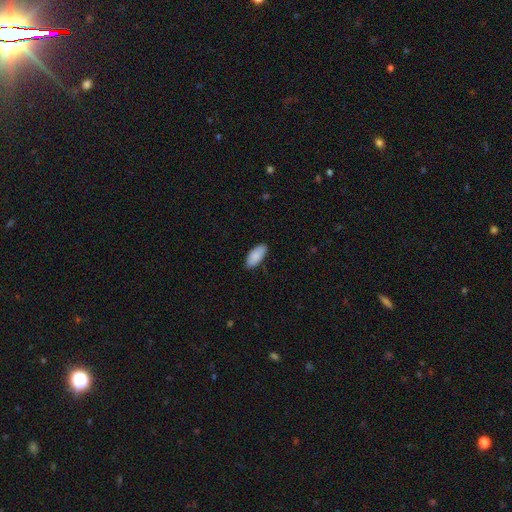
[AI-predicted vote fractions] Smooth or featured?
  - smooth: 89% *
  - star or artifact: 6%
  - featured or disk: 5%
How rounded?
  - in between: 90% *
  - cigar-shaped: 9%
  - round: 2%
Merging?
  - none: 87% *
  - minor disturbance: 10%
  - major disturbance: 2%
  - merger: 1%